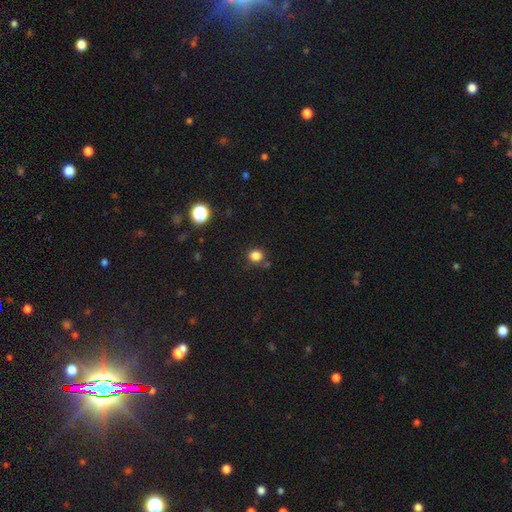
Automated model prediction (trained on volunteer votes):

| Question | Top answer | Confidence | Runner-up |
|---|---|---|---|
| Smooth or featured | smooth | 82% | star or artifact (14%) |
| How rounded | round | 82% | in between (17%) |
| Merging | none | 78% | minor disturbance (12%) |